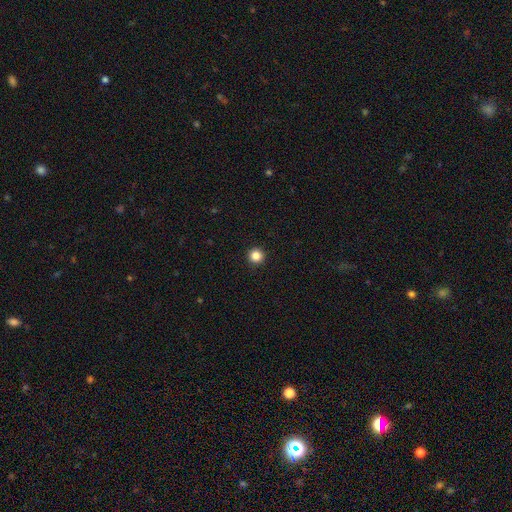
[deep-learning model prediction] Smooth or featured? Predicted: smooth (p=0.86). How rounded? Predicted: round (p=0.96). Merging? Predicted: none (p=0.94).